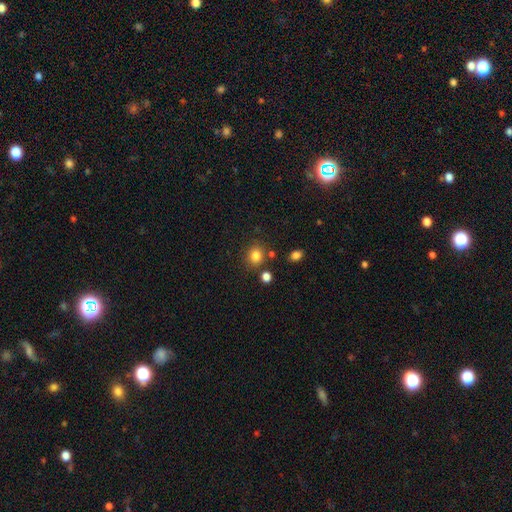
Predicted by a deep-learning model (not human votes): smooth-or-featured: smooth: 82% | star or artifact: 12% | featured or disk: 5%
  how-rounded: round: 75% | in between: 24% | cigar-shaped: 1%
  merging: none: 79% | minor disturbance: 10% | merger: 7% | major disturbance: 3%